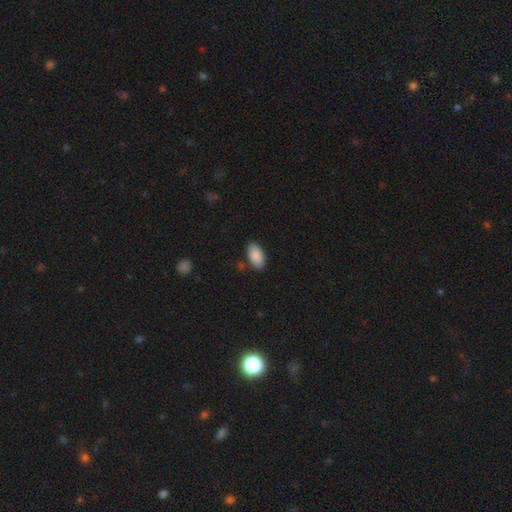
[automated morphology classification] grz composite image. It shows a smooth galaxy with no disk features (89%) that is in between round and cigar-shaped (95%). Merging: none (82%).